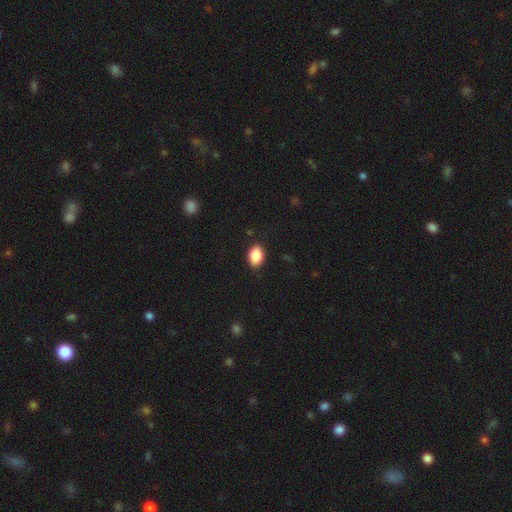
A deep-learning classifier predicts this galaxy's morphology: Q: Smooth or featured?
A: smooth (88%); runner-up: star or artifact (7%)
Q: How rounded?
A: in between (85%); runner-up: round (13%)
Q: Merging?
A: none (87%); runner-up: minor disturbance (10%)